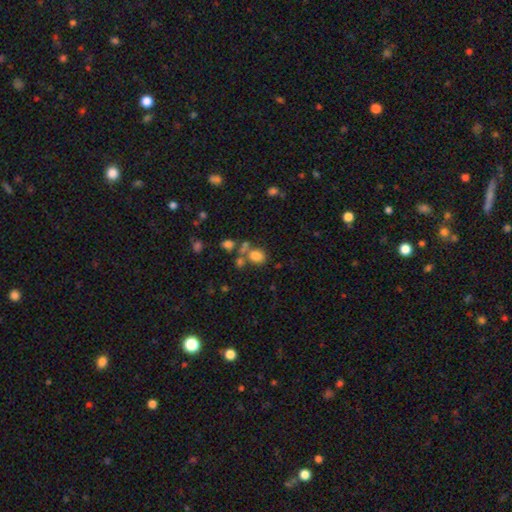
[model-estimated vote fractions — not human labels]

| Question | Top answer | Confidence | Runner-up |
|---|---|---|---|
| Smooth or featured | smooth | 78% | star or artifact (14%) |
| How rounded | in between | 52% | round (47%) |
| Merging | none | 55% | merger (26%) |